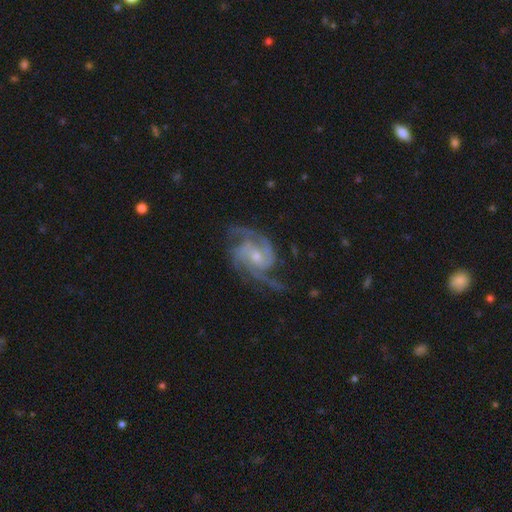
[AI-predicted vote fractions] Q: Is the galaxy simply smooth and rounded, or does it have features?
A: featured or disk — 91%.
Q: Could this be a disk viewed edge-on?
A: no — 98%.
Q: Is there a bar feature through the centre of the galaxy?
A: no — 54%.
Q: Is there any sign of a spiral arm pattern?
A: yes — 98%.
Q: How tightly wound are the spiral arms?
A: medium — 54%.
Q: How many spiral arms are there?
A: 3 — 46%.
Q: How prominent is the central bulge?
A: small — 62%.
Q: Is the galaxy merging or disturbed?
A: none — 66%.